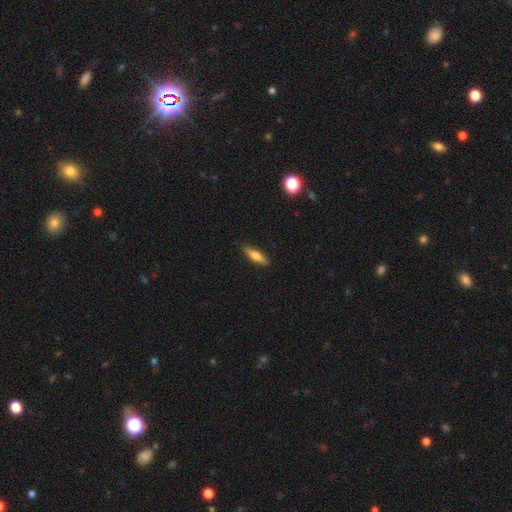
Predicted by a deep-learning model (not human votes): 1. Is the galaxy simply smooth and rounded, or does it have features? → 62% smooth, 32% featured or disk, 6% star or artifact.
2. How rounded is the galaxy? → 65% cigar-shaped, 33% in between, 2% round.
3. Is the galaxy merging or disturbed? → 89% none, 8% minor disturbance, 2% major disturbance, 1% merger.